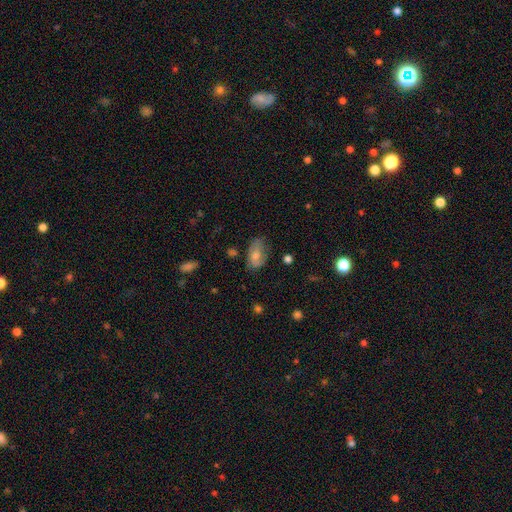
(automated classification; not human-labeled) Q: Smooth or featured?
A: smooth (60%); runner-up: featured or disk (32%)
Q: How rounded?
A: in between (90%); runner-up: round (7%)
Q: Merging?
A: none (55%); runner-up: minor disturbance (30%)